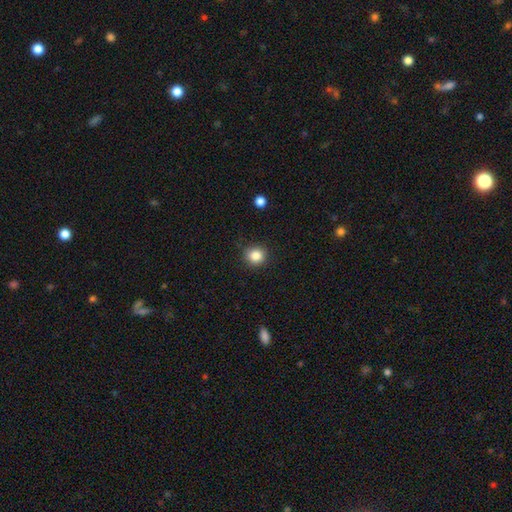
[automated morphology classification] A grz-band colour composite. It shows a smooth galaxy with no disk features (84%) that is round (91%). Merging: none (87%).